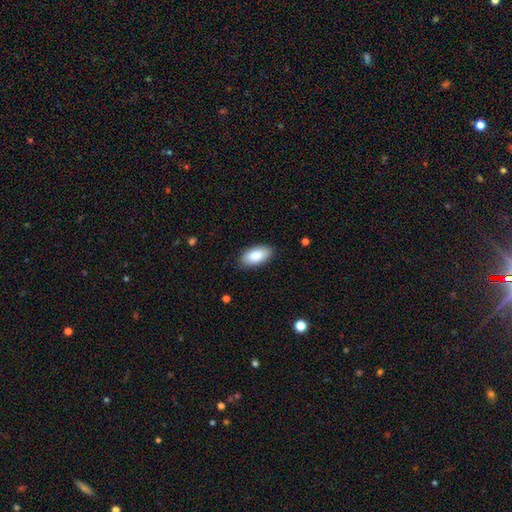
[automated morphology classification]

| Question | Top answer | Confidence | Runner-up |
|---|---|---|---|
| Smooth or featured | smooth | 87% | featured or disk (7%) |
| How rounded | in between | 94% | cigar-shaped (4%) |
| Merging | none | 86% | minor disturbance (11%) |